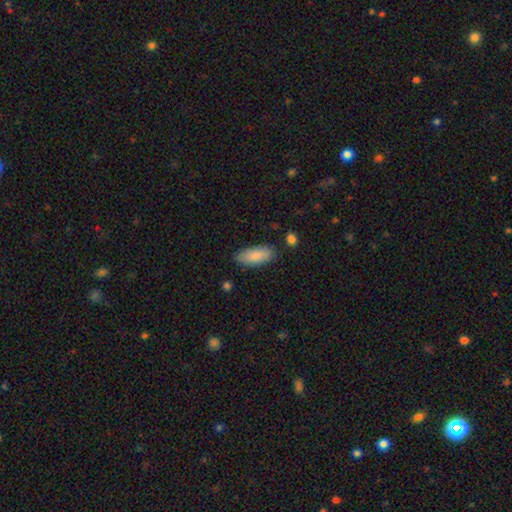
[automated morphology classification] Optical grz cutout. It shows a smooth galaxy with no disk features (85%) that is in between round and cigar-shaped (82%). Merging: none (82%).